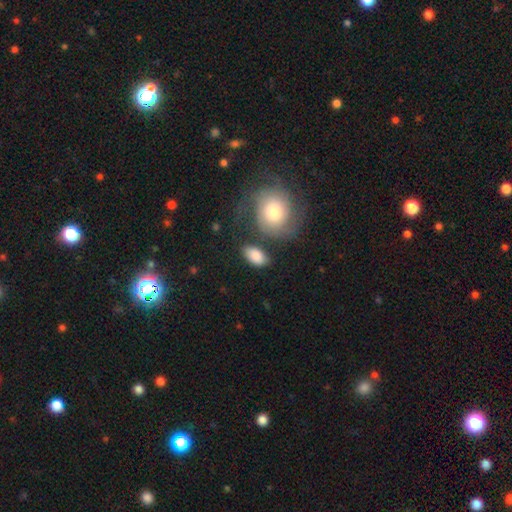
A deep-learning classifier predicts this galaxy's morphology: smooth 84%, featured or disk 10%, star or artifact 6%. Down the decision tree: how rounded — in between (91%); merging — none (60%).